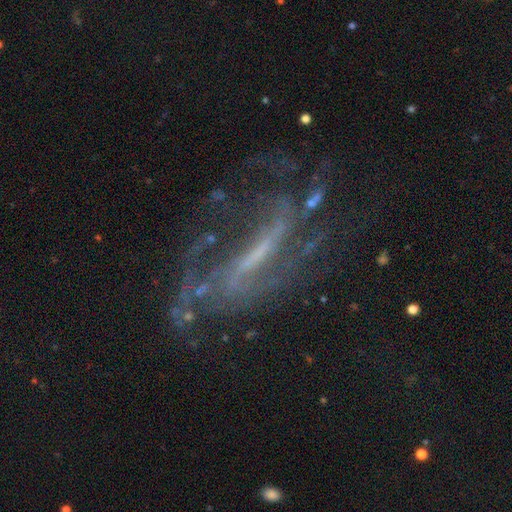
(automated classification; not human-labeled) Q: Smooth or featured?
A: featured or disk (79%); runner-up: star or artifact (13%)
Q: Edge-on disk?
A: no (83%); runner-up: yes (17%)
Q: Bar?
A: strong (52%); runner-up: weak (31%)
Q: Spiral arms?
A: yes (85%); runner-up: no (15%)
Q: Spiral winding?
A: medium (41%); runner-up: tight (30%)
Q: Spiral arm count?
A: can't tell (37%); runner-up: 2 (35%)
Q: Bulge size?
A: small (39%); runner-up: none (38%)
Q: Merging?
A: none (57%); runner-up: major disturbance (21%)